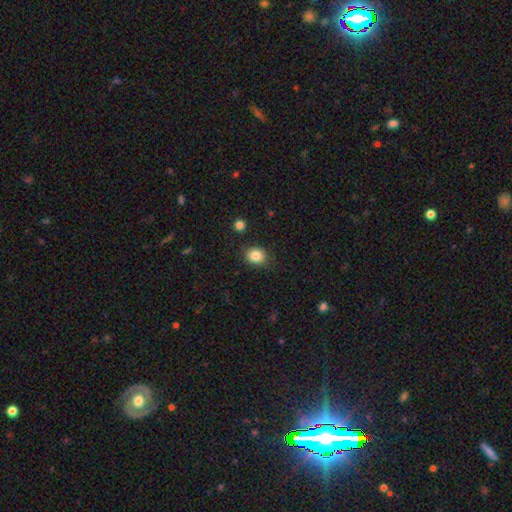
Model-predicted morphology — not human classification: A smooth galaxy with no disk features (84%) that is round (67%).

Vote fractions:
- Smooth or featured? smooth: 84% / star or artifact: 10% / featured or disk: 6%
- How rounded? round: 67% / in between: 32% / cigar-shaped: 1%
- Merging? none: 82% / minor disturbance: 12% / major disturbance: 3% / merger: 2%